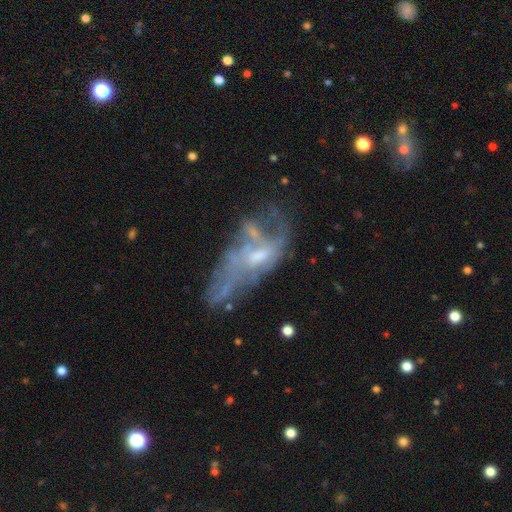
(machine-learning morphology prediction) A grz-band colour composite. It shows a featured or disk galaxy (69%) with no bar (64%), no spiral arms (61%) and a small central bulge (41%). Merging: major disturbance (34%).